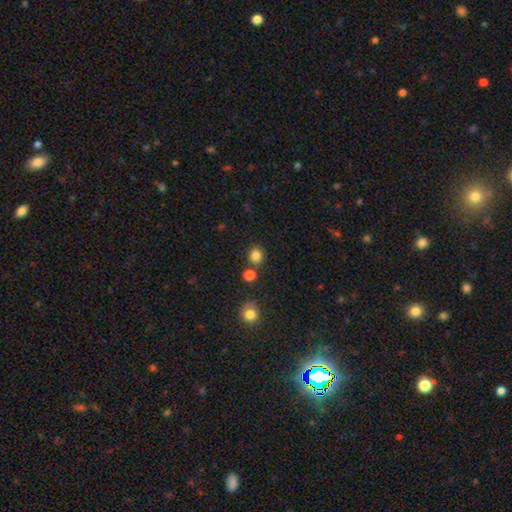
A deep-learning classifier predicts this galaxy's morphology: This is clearly a smooth galaxy (83%). How rounded: likely round (75%). Merging: likely none (77%).